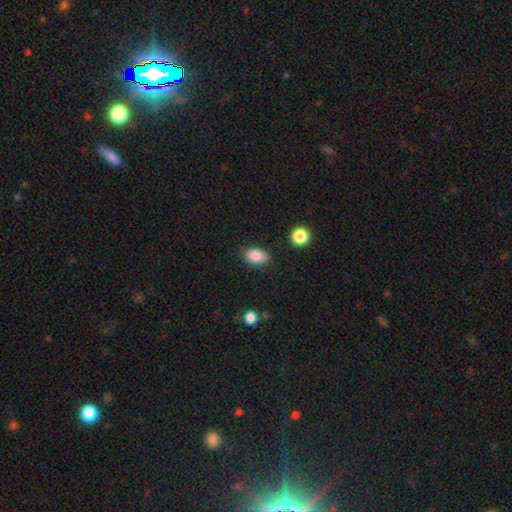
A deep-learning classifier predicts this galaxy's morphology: Q: Smooth or featured?
A: smooth (86%); runner-up: star or artifact (8%)
Q: How rounded?
A: in between (87%); runner-up: round (12%)
Q: Merging?
A: none (80%); runner-up: minor disturbance (15%)